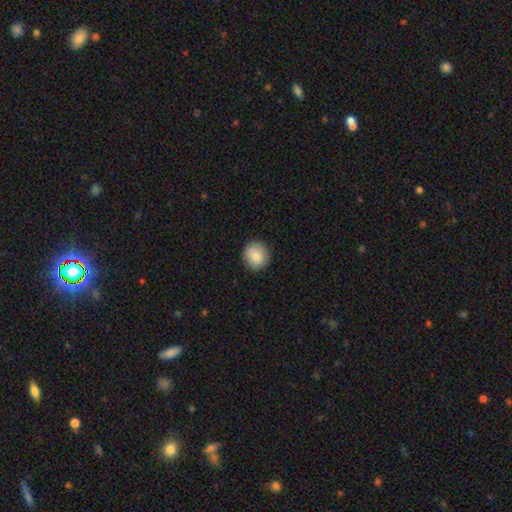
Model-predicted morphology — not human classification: type=smooth (83%); roundness=round (91%); merging=none (90%).